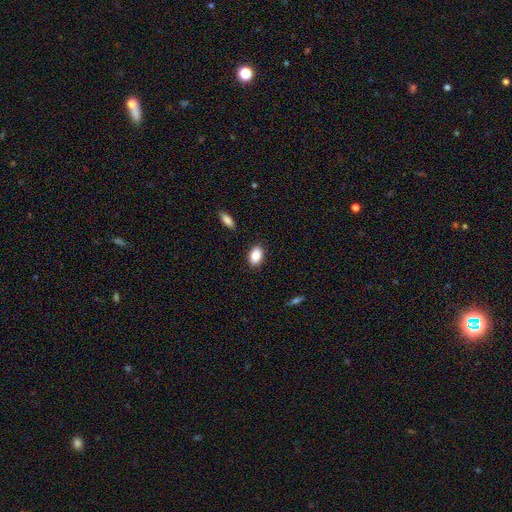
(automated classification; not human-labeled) Smooth or featured: smooth — 87% (star or artifact — 7%)
How rounded: in between — 90% (round — 8%)
Merging: none — 88% (minor disturbance — 9%)